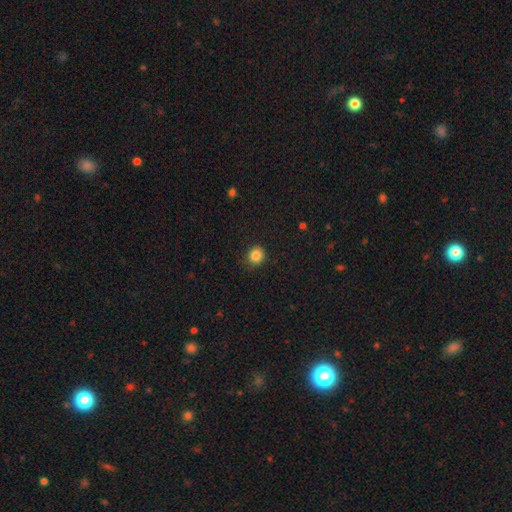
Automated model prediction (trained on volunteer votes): The model was most divided on "how rounded": round: 86%, in between: 13%, cigar-shaped: 1%. More confident: merging — none (86%); smooth or featured — smooth (85%).